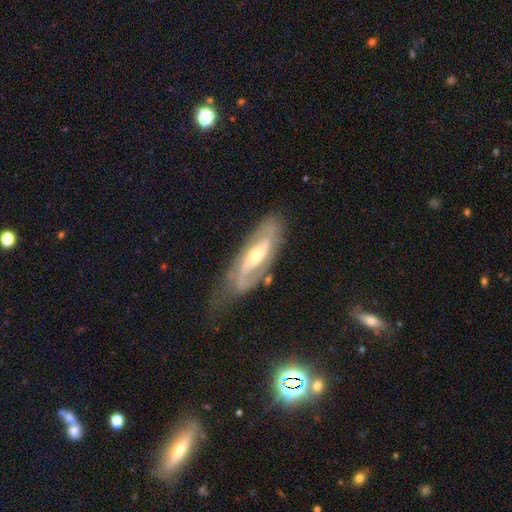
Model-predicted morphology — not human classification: smooth-or-featured: featured or disk: 82% | smooth: 13% | star or artifact: 5%
  disk-edge-on: no: 87% | yes: 13%
    bar: no: 39% | weak: 35% | strong: 27%
    has-spiral-arms: yes: 90% | no: 10%
      spiral-winding: medium: 42% | tight: 37% | loose: 21%
      spiral-arm-count: 2: 72% | can't tell: 14% | 1: 8% | 3: 3% | 4: 1% | more than 4: 1%
    bulge-size: moderate: 54% | small: 40% | large: 3% | none: 1% | dominant: 1%
  merging: none: 58% | minor disturbance: 25% | major disturbance: 15% | merger: 3%